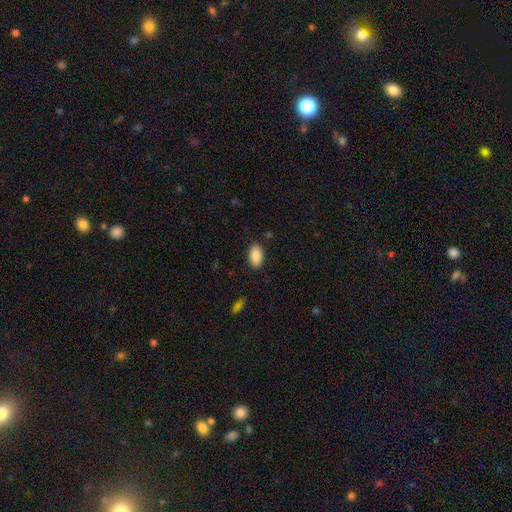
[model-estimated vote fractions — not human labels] Smooth or featured? smooth (89%)
How rounded? in between (94%)
Merging? none (87%)